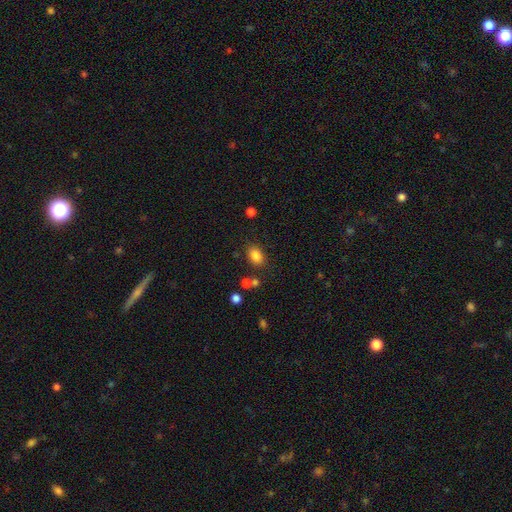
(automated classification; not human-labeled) A smooth galaxy with no disk features (84%) that is in between round and cigar-shaped (71%).

Vote fractions:
- Smooth or featured? smooth: 84% / star or artifact: 11% / featured or disk: 5%
- How rounded? in between: 71% / round: 28% / cigar-shaped: 1%
- Merging? none: 79% / minor disturbance: 12% / merger: 5% / major disturbance: 4%